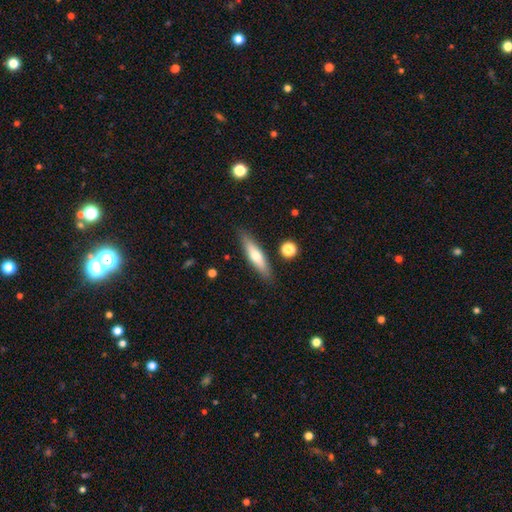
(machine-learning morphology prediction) Q: Smooth or featured?
A: smooth (58%); runner-up: featured or disk (35%)
Q: How rounded?
A: cigar-shaped (77%); runner-up: in between (22%)
Q: Merging?
A: none (87%); runner-up: minor disturbance (9%)